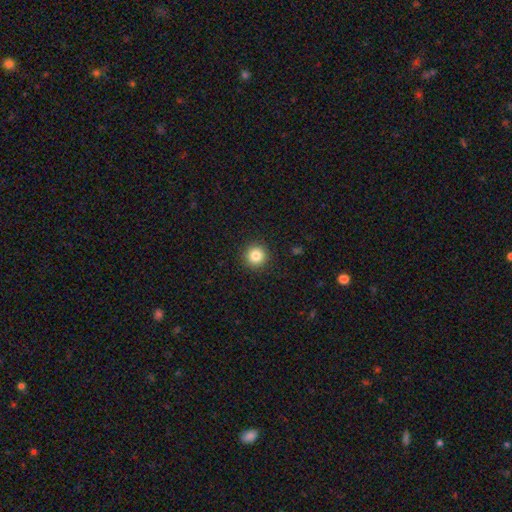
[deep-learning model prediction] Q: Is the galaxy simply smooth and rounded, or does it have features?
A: smooth — 84%.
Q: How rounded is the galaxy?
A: round — 95%.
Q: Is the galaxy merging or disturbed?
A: none — 92%.